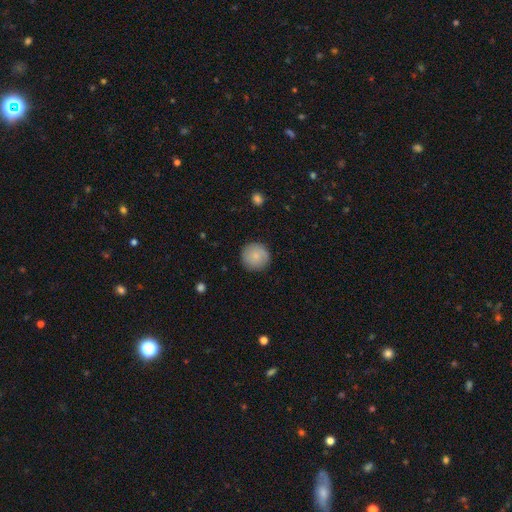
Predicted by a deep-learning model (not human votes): This appears to be a smooth galaxy with no disk features (81%) that is round (95%). Merging: none (89%).